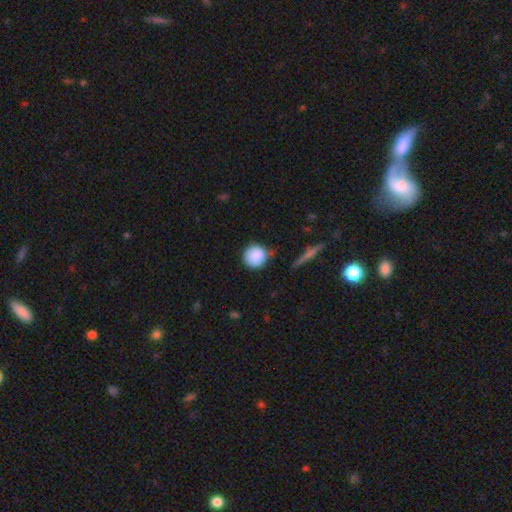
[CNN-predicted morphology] Smooth or featured? Predicted: smooth (p=0.87). How rounded? Predicted: round (p=0.94). Merging? Predicted: none (p=0.72).